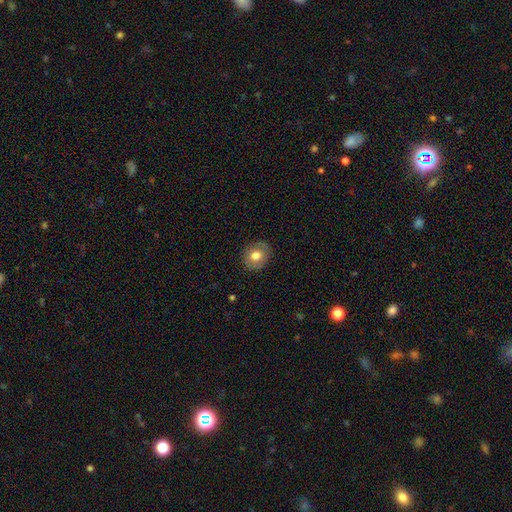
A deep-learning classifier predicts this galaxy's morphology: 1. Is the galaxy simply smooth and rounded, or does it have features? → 70% smooth, 22% featured or disk, 8% star or artifact.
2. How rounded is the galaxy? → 69% round, 30% in between, 1% cigar-shaped.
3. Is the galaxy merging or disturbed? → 86% none, 11% minor disturbance, 3% major disturbance, 1% merger.